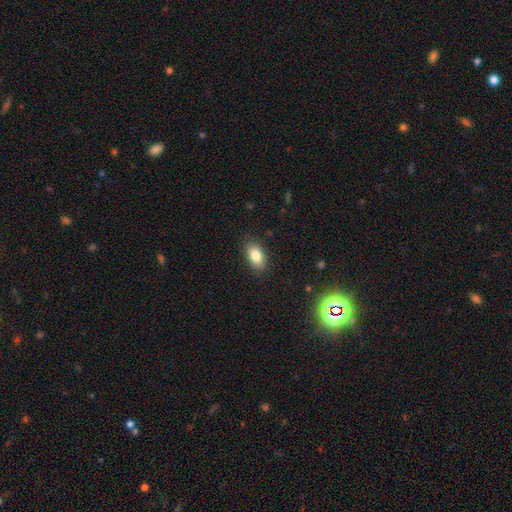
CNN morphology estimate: Smooth or featured: smooth — 82% (featured or disk — 10%)
How rounded: in between — 91% (round — 6%)
Merging: none — 86% (minor disturbance — 10%)